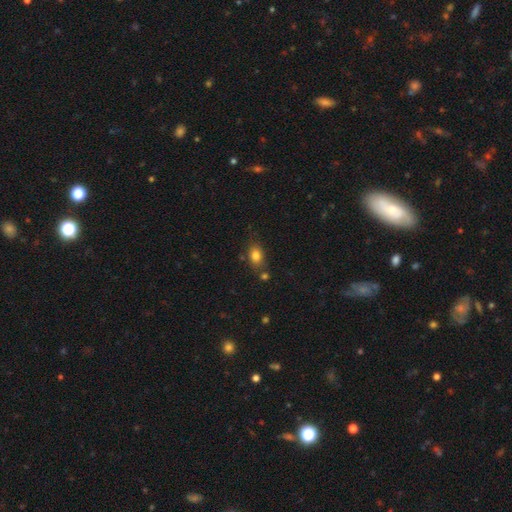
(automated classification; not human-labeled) Smooth or featured: smooth — 81% (star or artifact — 11%)
How rounded: in between — 72% (round — 26%)
Merging: none — 70% (minor disturbance — 15%)